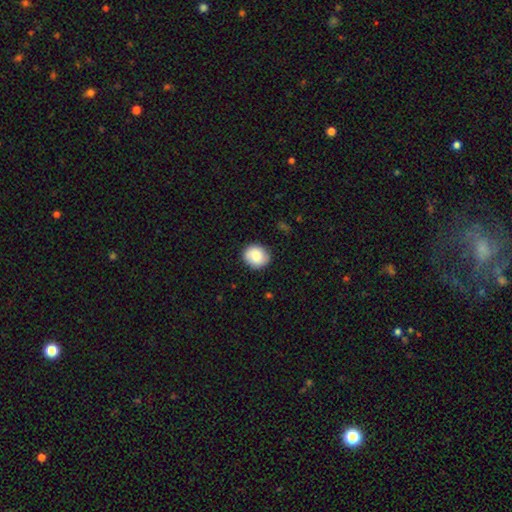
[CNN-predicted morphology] A smooth galaxy with no disk features (83%) that is round (79%). Merging: none (86%).